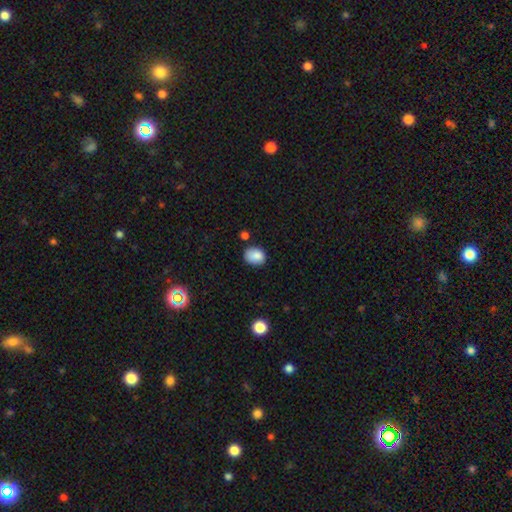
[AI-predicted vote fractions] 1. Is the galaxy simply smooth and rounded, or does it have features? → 85% smooth, 9% star or artifact, 6% featured or disk.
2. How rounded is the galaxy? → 52% in between, 47% round, 1% cigar-shaped.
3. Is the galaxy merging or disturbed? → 69% none, 21% minor disturbance, 5% merger, 4% major disturbance.